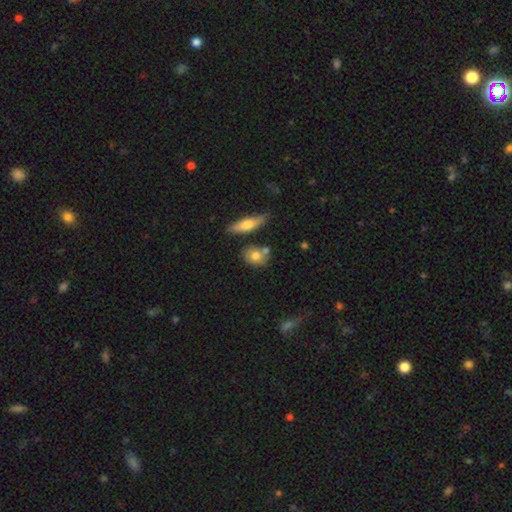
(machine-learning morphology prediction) Smooth or featured? Predicted: smooth (p=0.75). How rounded? Predicted: in between (p=0.49). Merging? Predicted: none (p=0.62).